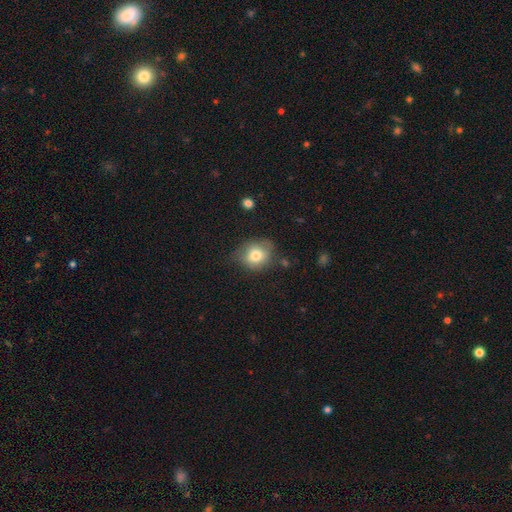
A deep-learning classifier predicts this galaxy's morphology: Smooth or featured?
  - smooth: 75% *
  - featured or disk: 16%
  - star or artifact: 9%
How rounded?
  - round: 67% *
  - in between: 32%
  - cigar-shaped: 1%
Merging?
  - none: 61% *
  - minor disturbance: 28%
  - major disturbance: 8%
  - merger: 3%